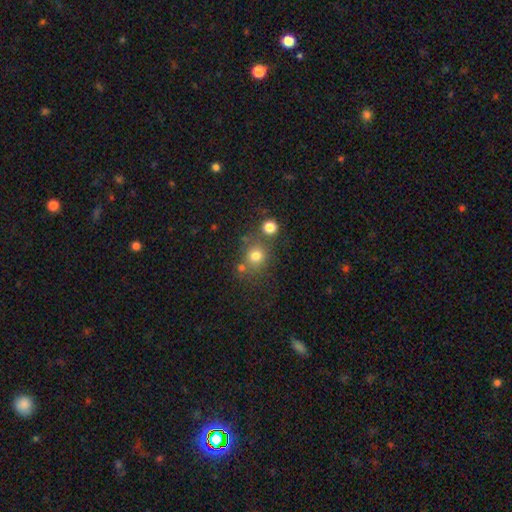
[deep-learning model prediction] A smooth galaxy with no disk features (75%) that is round (83%). Merging: none (67%).